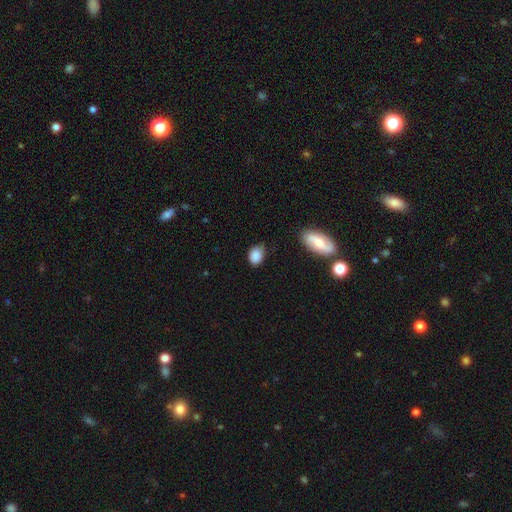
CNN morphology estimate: This is clearly a smooth galaxy (86%). How rounded: likely in between (74%). Merging: likely none (66%).